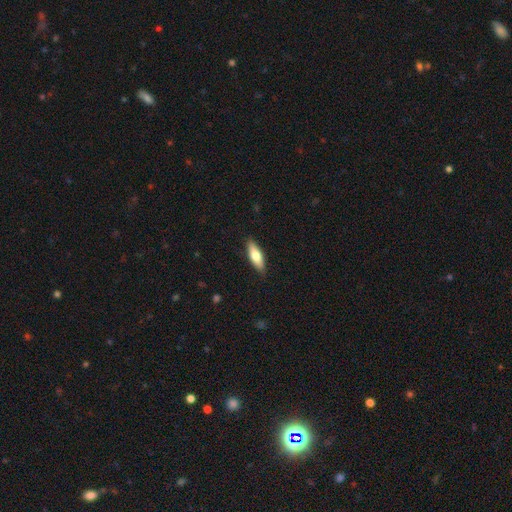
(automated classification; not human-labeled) A smooth galaxy with no disk features (70%) that is in between round and cigar-shaped (58%).

Vote fractions:
- Smooth or featured? smooth: 70% / featured or disk: 25% / star or artifact: 6%
- How rounded? in between: 58% / cigar-shaped: 40% / round: 2%
- Merging? none: 88% / minor disturbance: 9% / major disturbance: 2% / merger: 1%